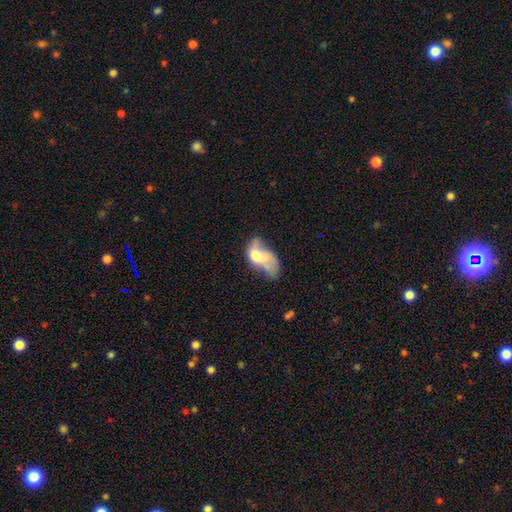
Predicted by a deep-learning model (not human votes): The model was most divided on "merging": merger: 35%, major disturbance: 34%, minor disturbance: 17%, none: 15%. More confident: how rounded — in between (88%); smooth or featured — smooth (51%).